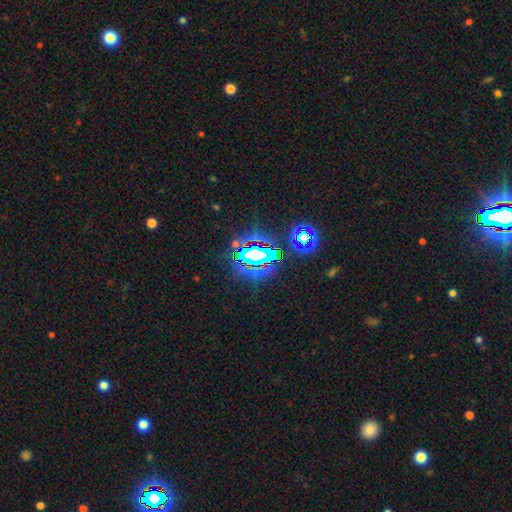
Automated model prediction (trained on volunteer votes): Smooth or featured? Predicted: star or artifact (p=0.71).